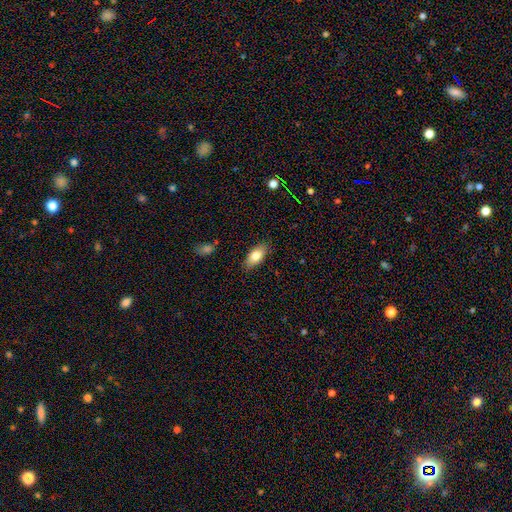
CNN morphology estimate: Smooth or featured: smooth — 81% (featured or disk — 13%)
How rounded: in between — 88% (cigar-shaped — 9%)
Merging: none — 86% (minor disturbance — 11%)